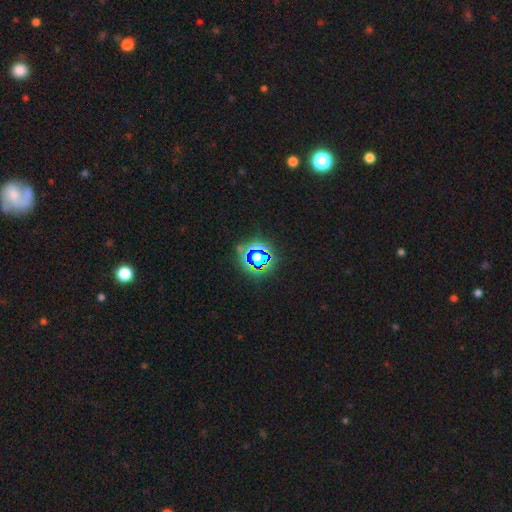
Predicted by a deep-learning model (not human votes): A star or artifact, not a galaxy (51%).